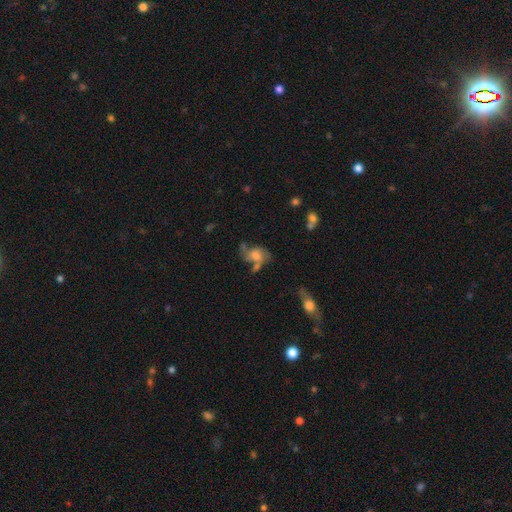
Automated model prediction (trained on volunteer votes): smooth_or_featured: featured or disk (p=0.53) [alt: smooth p=0.35]
disk_edge_on: no (p=0.96) [alt: yes p=0.04]
bar: no (p=0.77) [alt: weak p=0.20]
has_spiral_arms: yes (p=0.64) [alt: no p=0.36]
bulge_size: moderate (p=0.37) [alt: large p=0.24]
merging: none (p=0.37) [alt: major disturbance p=0.25]